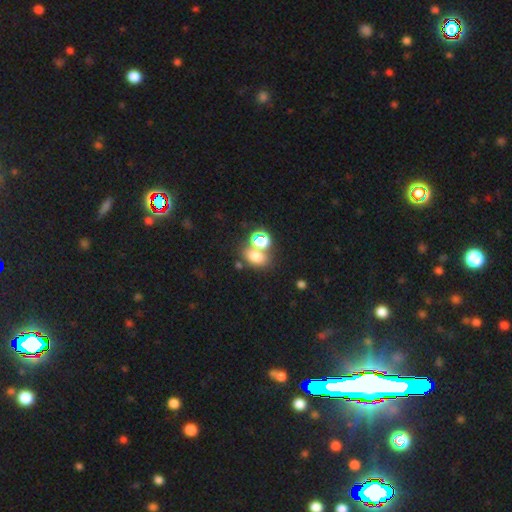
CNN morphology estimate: This is likely a smooth galaxy (69%). How rounded: likely in between (64%). Merging: possibly none (48%).